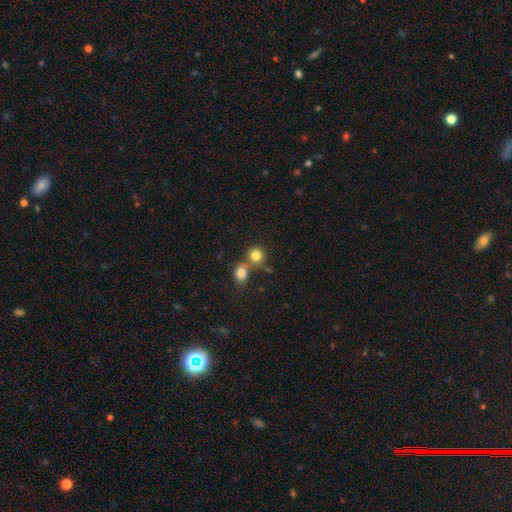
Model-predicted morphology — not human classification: Q: Smooth or featured?
A: smooth (81%); runner-up: star or artifact (11%)
Q: How rounded?
A: round (87%); runner-up: in between (12%)
Q: Merging?
A: none (54%); runner-up: merger (36%)